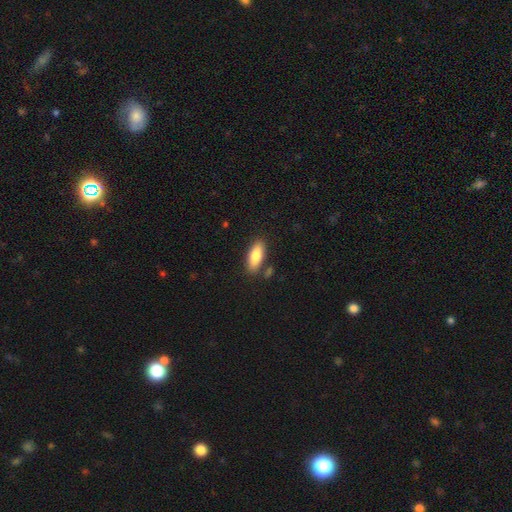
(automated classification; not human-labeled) Morphology: type=smooth (84%); roundness=in between (78%); merging=none (80%).